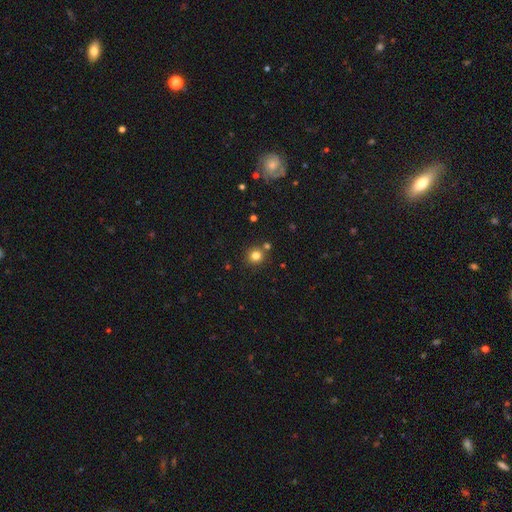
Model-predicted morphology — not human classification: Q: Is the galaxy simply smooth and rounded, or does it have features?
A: smooth — 79%.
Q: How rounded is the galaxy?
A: round — 92%.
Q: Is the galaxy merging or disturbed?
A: none — 81%.